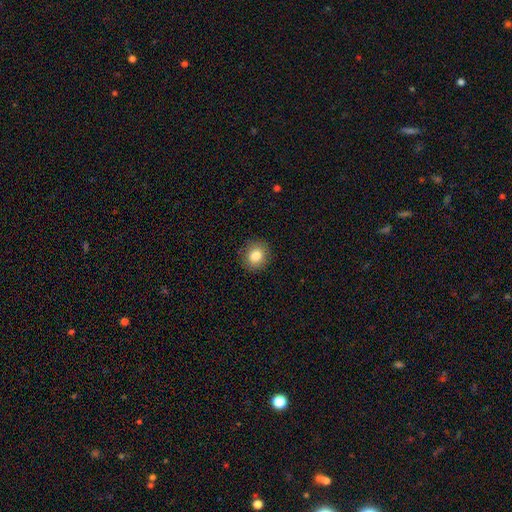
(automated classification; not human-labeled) A smooth galaxy with no disk features (82%) that is round (82%). Merging: none (89%).